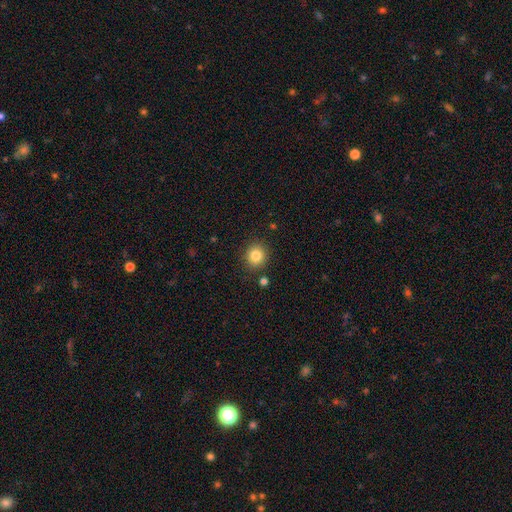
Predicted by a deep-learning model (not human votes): A smooth galaxy with no disk features (84%) that is round (86%). Merging: none (88%).